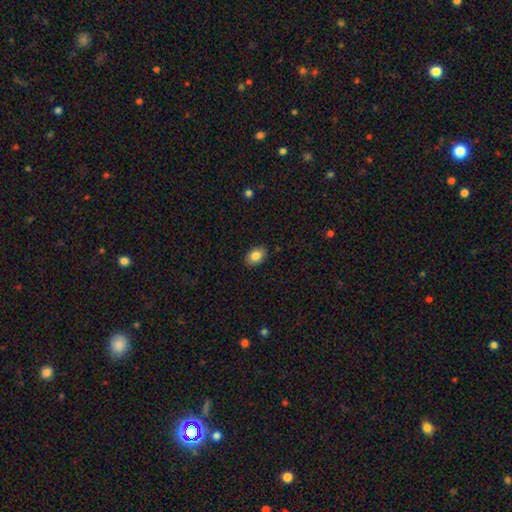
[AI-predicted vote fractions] Morphology: type=smooth (84%); roundness=in between (83%); merging=none (89%).